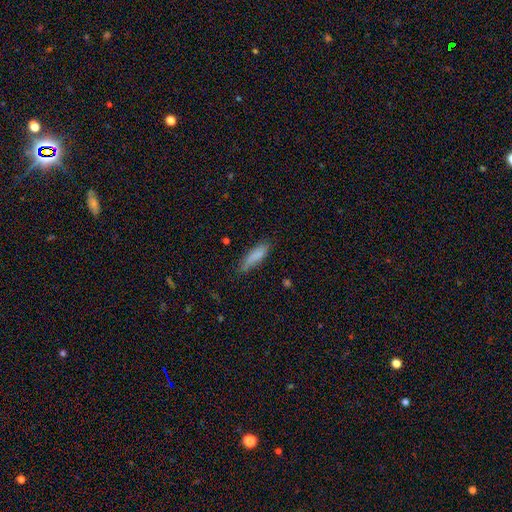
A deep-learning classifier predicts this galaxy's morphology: The model was most divided on "how rounded": cigar-shaped: 56%, in between: 43%, round: 2%. More confident: smooth or featured — smooth (83%); merging — none (70%).